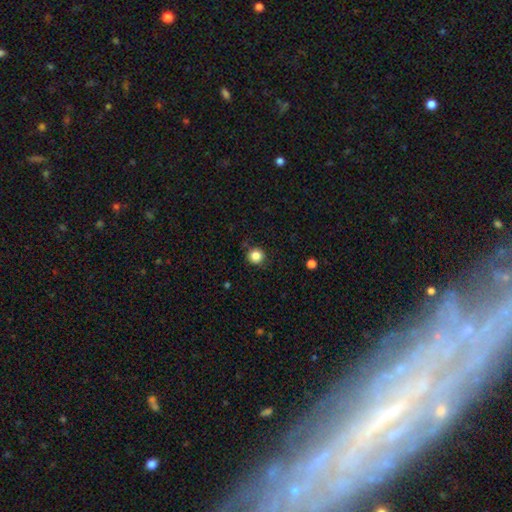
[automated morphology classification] Smooth or featured?
  - smooth: 85% *
  - star or artifact: 11%
  - featured or disk: 4%
How rounded?
  - round: 93% *
  - in between: 6%
  - cigar-shaped: 1%
Merging?
  - none: 87% *
  - minor disturbance: 9%
  - major disturbance: 2%
  - merger: 2%